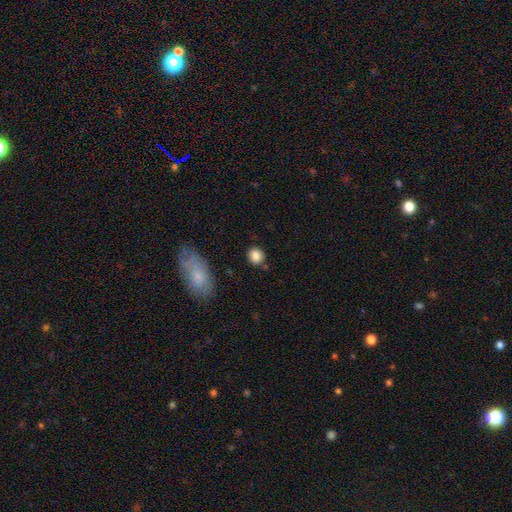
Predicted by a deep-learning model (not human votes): smooth_or_featured: smooth (p=0.85) [alt: star or artifact p=0.09]
how_rounded: round (p=0.81) [alt: in between p=0.18]
merging: none (p=0.81) [alt: minor disturbance p=0.12]